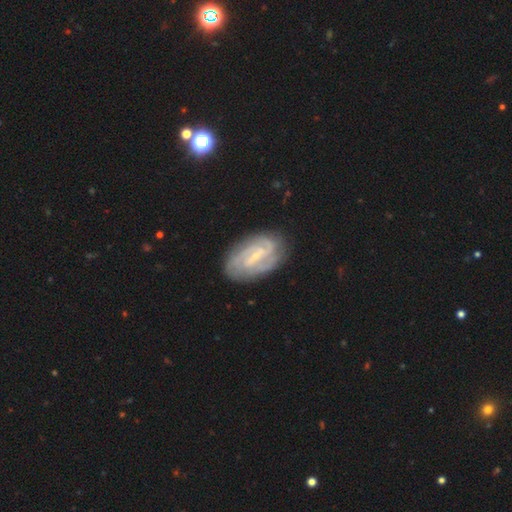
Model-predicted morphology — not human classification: smooth-or-featured: featured or disk: 81% | smooth: 13% | star or artifact: 6%
  disk-edge-on: no: 96% | yes: 4%
    bar: weak: 49% | strong: 33% | no: 18%
    has-spiral-arms: yes: 93% | no: 7%
      spiral-winding: tight: 54% | medium: 35% | loose: 11%
      spiral-arm-count: 2: 43% | can't tell: 27% | 3: 15% | 4: 7% | 1: 4% | more than 4: 4%
    bulge-size: small: 72% | moderate: 19% | none: 7% | large: 1% | dominant: 1%
  merging: none: 79% | minor disturbance: 15% | major disturbance: 5% | merger: 2%